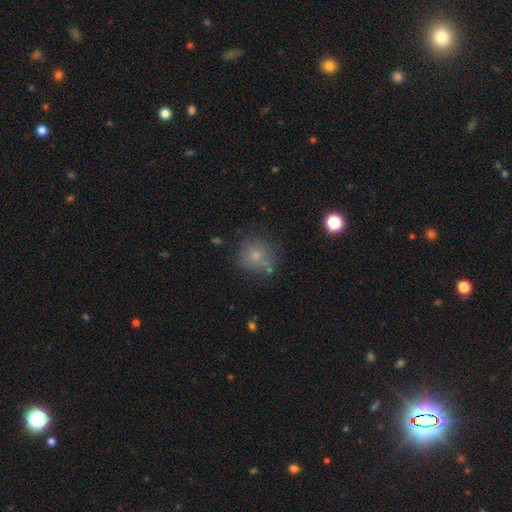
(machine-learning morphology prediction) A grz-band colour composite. It shows a smooth galaxy with no disk features (74%) that is round (89%). Merging: none (70%).